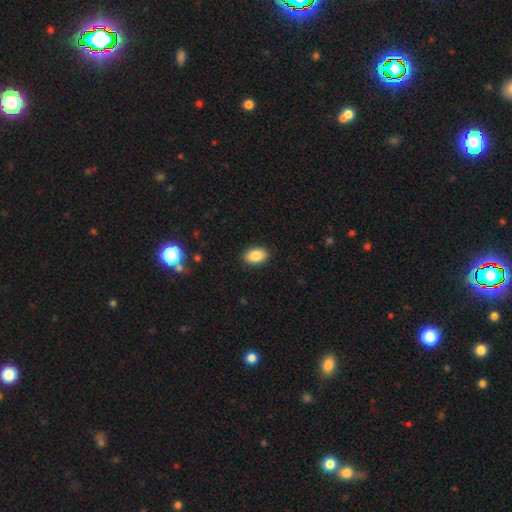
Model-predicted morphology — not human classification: The model was most divided on "how rounded": in between: 89%, round: 10%, cigar-shaped: 1%. More confident: merging — none (89%); smooth or featured — smooth (87%).